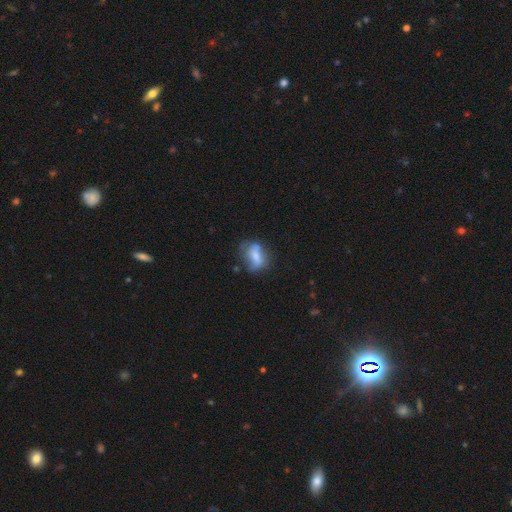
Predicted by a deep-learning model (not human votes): This appears to be a smooth galaxy with no disk features (57%) that is in between round and cigar-shaped (75%). Merging: none (43%).